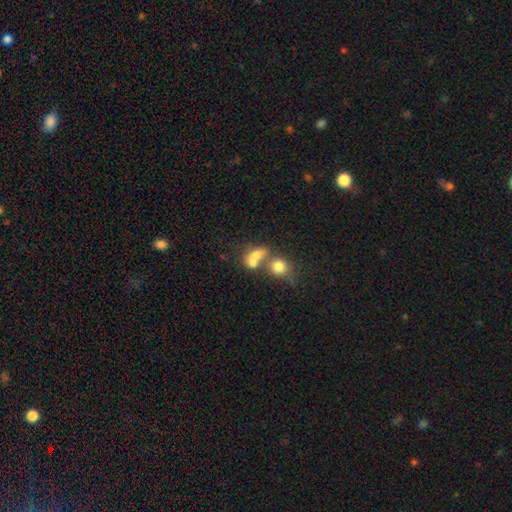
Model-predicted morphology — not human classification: A smooth galaxy with no disk features (68%) that is in between round and cigar-shaped (59%). Merging: merger (54%).